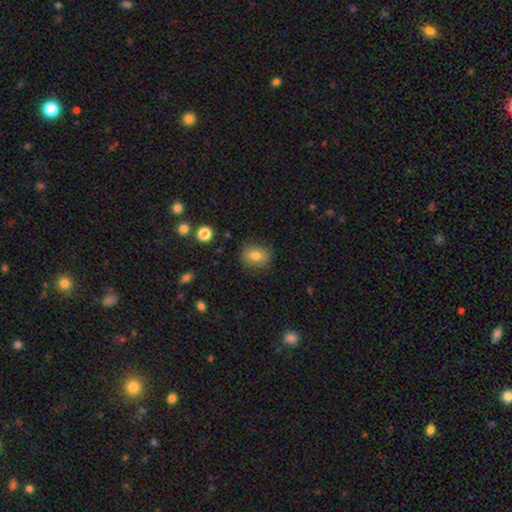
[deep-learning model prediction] This is likely a smooth galaxy (75%). How rounded: possibly in between (50%). Merging: clearly none (81%).